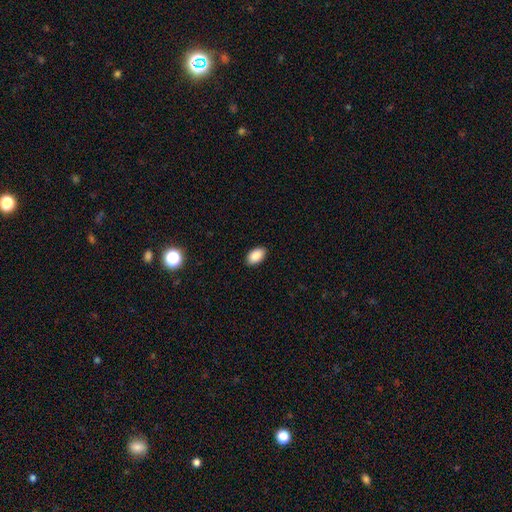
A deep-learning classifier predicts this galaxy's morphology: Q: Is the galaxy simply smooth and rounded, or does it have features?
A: smooth — 90%.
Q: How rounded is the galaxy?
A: in between — 94%.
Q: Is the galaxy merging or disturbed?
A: none — 89%.